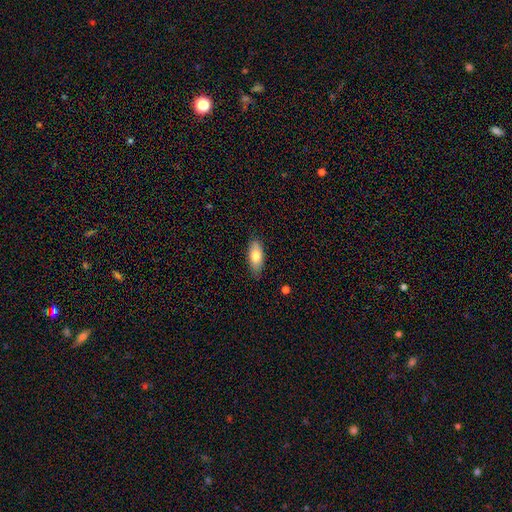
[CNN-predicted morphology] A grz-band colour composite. It shows a smooth galaxy with no disk features (79%) that is in between round and cigar-shaped (83%). Merging: none (82%).